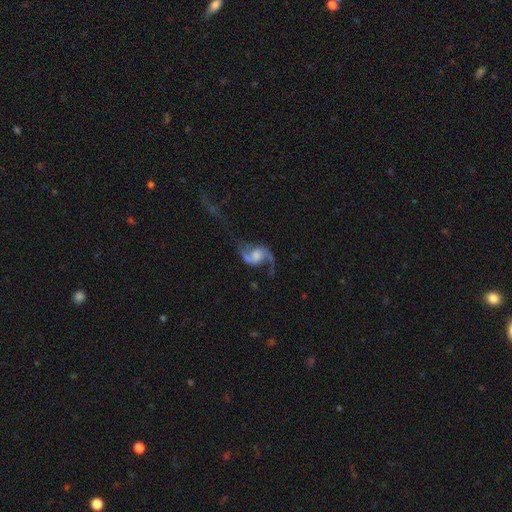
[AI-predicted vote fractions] This appears to be a featured or disk galaxy (88%) with no bar (53%), 2 (93%) loose (74%) spiral arms (97%) and a moderate central bulge (29%). Merging: none (61%).